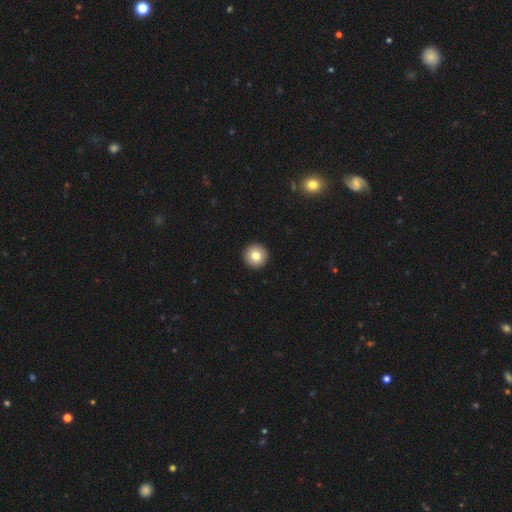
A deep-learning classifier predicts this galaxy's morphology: Smooth or featured: smooth — 80% (featured or disk — 11%)
How rounded: round — 97% (in between — 2%)
Merging: none — 94% (minor disturbance — 3%)